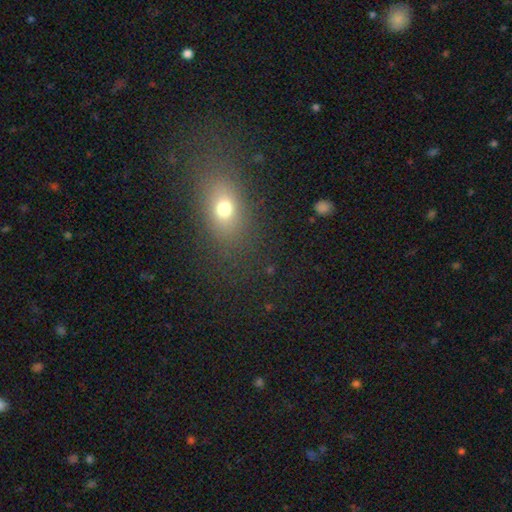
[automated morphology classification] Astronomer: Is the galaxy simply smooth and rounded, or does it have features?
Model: smooth — 63%.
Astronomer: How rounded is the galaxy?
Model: in between — 72%.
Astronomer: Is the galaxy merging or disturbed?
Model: none — 83%.